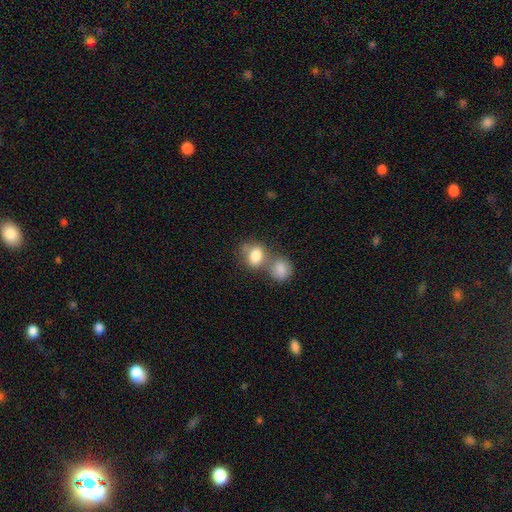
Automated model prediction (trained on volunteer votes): This is clearly a smooth galaxy (82%). How rounded: likely in between (64%). Merging: possibly merger (52%).